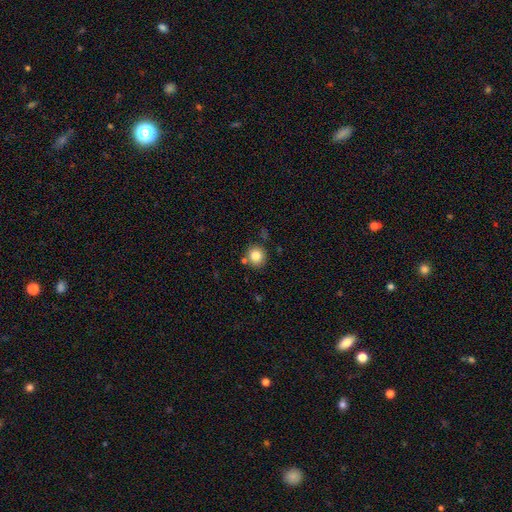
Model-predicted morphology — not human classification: A smooth galaxy with no disk features (82%) that is round (88%).

Vote fractions:
- Smooth or featured? smooth: 82% / star or artifact: 10% / featured or disk: 7%
- How rounded? round: 88% / in between: 11% / cigar-shaped: 1%
- Merging? none: 78% / minor disturbance: 10% / merger: 9% / major disturbance: 3%